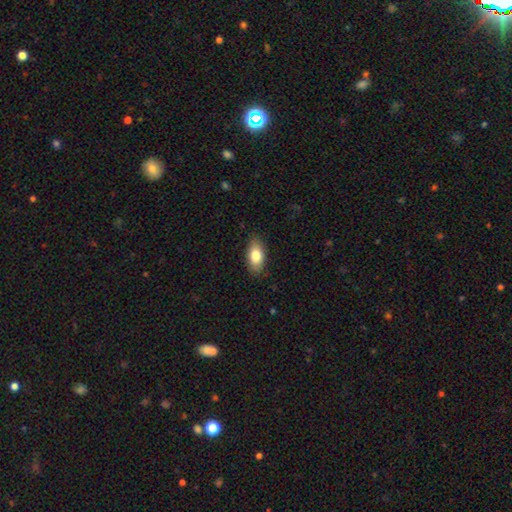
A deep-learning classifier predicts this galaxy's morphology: Smooth or featured? smooth (81%)
How rounded? in between (91%)
Merging? none (85%)